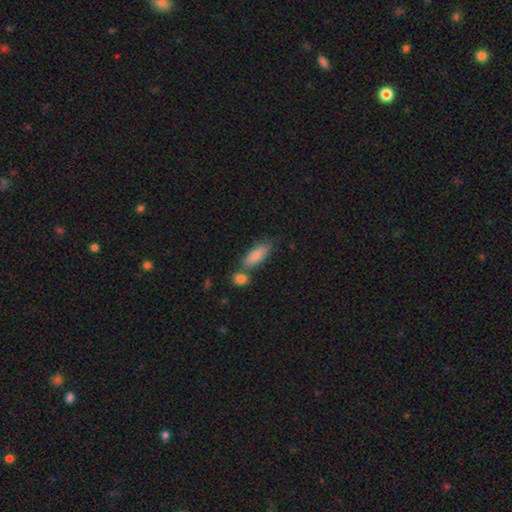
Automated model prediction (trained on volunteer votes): Overall: smooth (83%). How rounded: in between (67%; cigar-shaped 30%). Merging: none (59%; merger 23%).